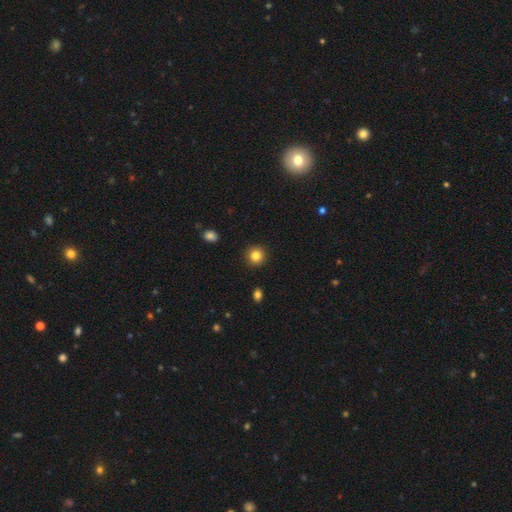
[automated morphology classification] Smooth or featured?
  - smooth: 84% *
  - star or artifact: 10%
  - featured or disk: 6%
How rounded?
  - round: 93% *
  - in between: 6%
  - cigar-shaped: 1%
Merging?
  - none: 92% *
  - minor disturbance: 5%
  - major disturbance: 2%
  - merger: 1%